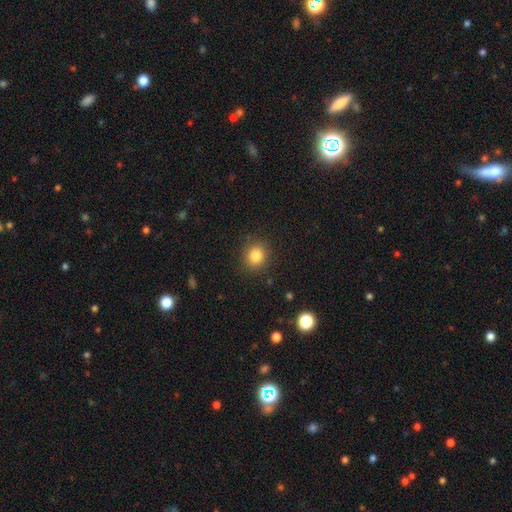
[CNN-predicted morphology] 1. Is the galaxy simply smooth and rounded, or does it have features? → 83% smooth, 11% star or artifact, 6% featured or disk.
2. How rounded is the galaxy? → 81% round, 18% in between, 1% cigar-shaped.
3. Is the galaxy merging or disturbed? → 88% none, 8% minor disturbance, 3% major disturbance, 1% merger.